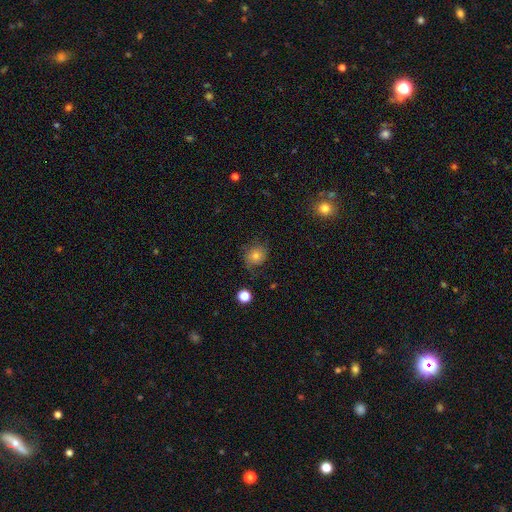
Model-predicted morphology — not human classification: smooth_or_featured: smooth (p=0.66) [alt: featured or disk p=0.21]
how_rounded: round (p=0.77) [alt: in between p=0.22]
merging: none (p=0.69) [alt: minor disturbance p=0.21]